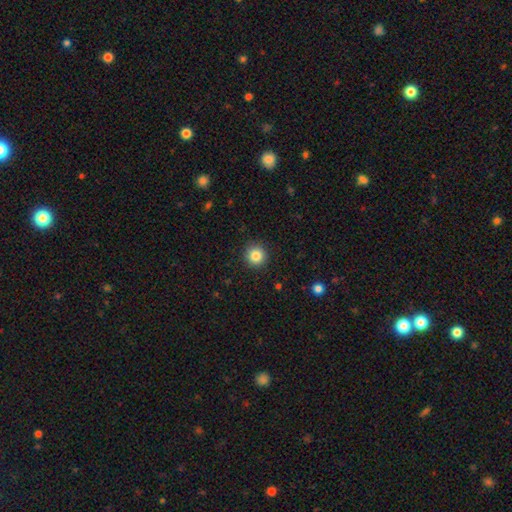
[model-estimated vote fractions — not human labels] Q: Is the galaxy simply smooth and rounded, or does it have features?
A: smooth — 84%.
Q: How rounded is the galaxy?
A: round — 95%.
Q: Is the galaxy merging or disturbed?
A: none — 91%.